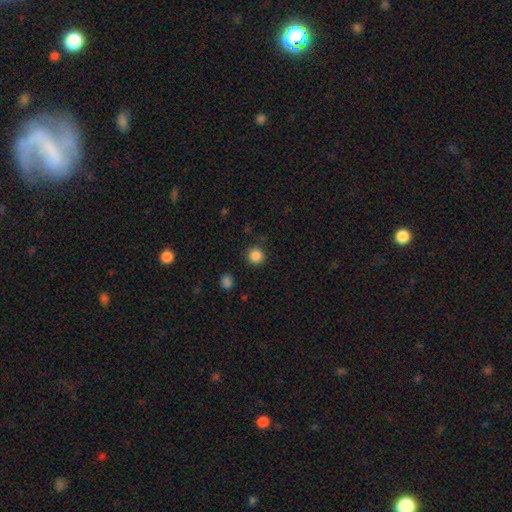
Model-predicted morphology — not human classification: smooth-or-featured: smooth: 86% | star or artifact: 11% | featured or disk: 3%
  how-rounded: round: 95% | in between: 4% | cigar-shaped: 1%
  merging: none: 89% | minor disturbance: 7% | major disturbance: 2% | merger: 2%